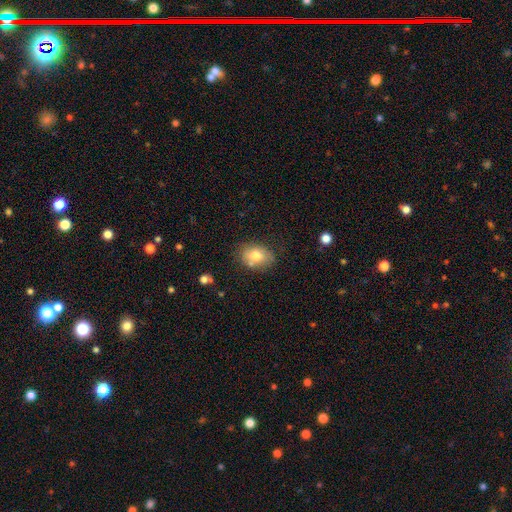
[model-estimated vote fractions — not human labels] Smooth or featured? Predicted: smooth (p=0.77). How rounded? Predicted: in between (p=0.74). Merging? Predicted: none (p=0.71).